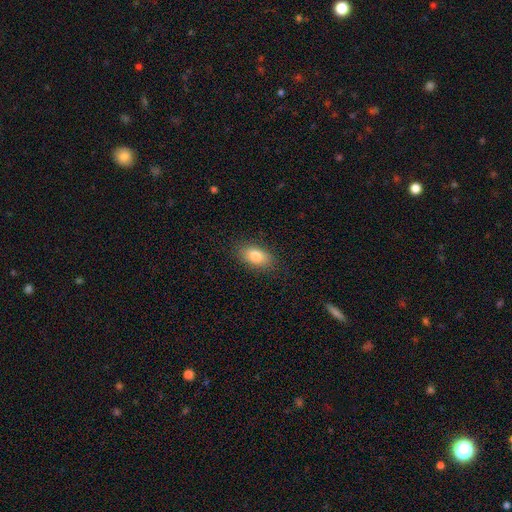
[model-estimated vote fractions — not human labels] Overall: smooth (83%). How rounded: in between (90%). Merging: none (85%).